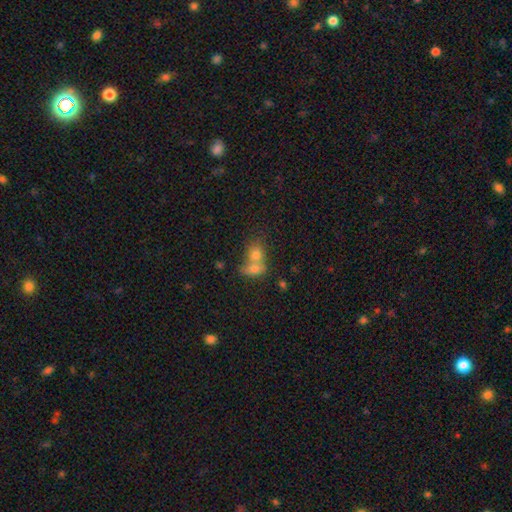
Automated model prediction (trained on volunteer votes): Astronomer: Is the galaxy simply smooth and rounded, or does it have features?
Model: smooth — 72%.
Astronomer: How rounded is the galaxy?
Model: in between — 53% (runner-up: round, 45%).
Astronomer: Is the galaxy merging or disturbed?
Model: merger — 68%.